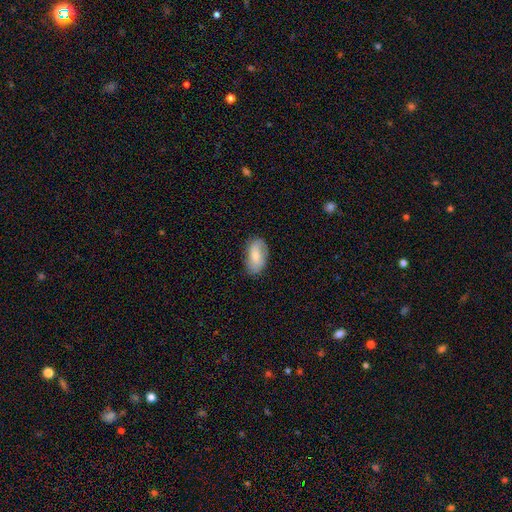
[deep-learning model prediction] The model was most divided on "smooth or featured": smooth: 68%, featured or disk: 25%, star or artifact: 7%. More confident: how rounded — in between (93%); merging — none (78%).